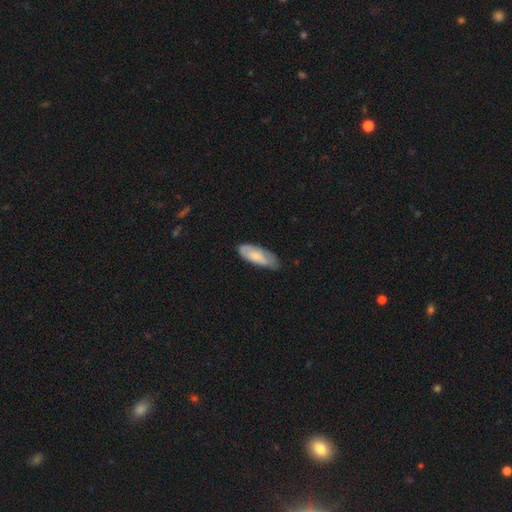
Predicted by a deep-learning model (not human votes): Q: Smooth or featured?
A: smooth (64%); runner-up: featured or disk (30%)
Q: How rounded?
A: in between (78%); runner-up: cigar-shaped (20%)
Q: Merging?
A: none (57%); runner-up: minor disturbance (34%)